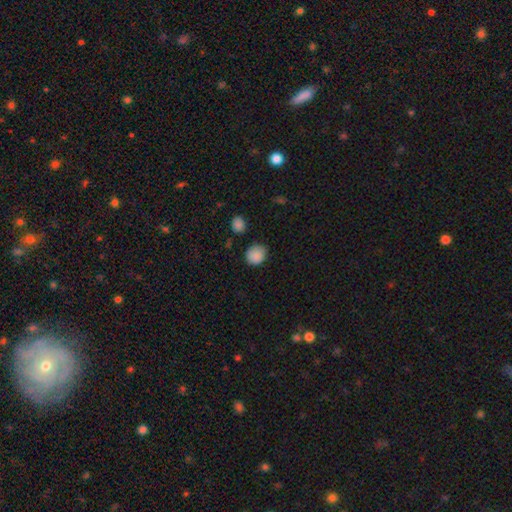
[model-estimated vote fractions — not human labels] Morphology: type=smooth (87%); roundness=round (76%); merging=none (76%).